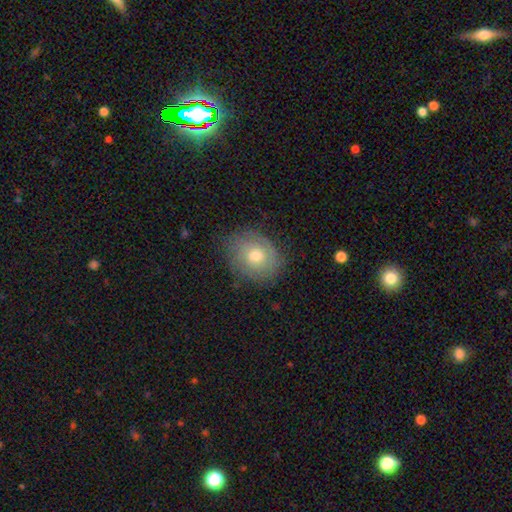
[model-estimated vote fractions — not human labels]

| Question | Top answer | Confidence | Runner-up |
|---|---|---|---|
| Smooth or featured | smooth | 49% | featured or disk (42%) |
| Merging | none | 74% | minor disturbance (19%) |